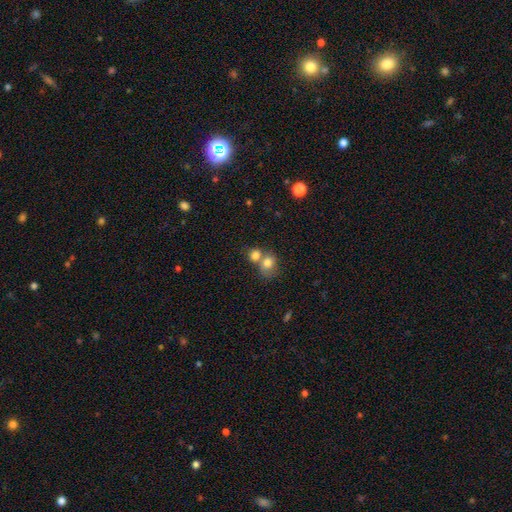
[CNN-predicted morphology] Smooth or featured: smooth — 78% (featured or disk — 12%)
How rounded: round — 60% (in between — 39%)
Merging: merger — 58% (none — 30%)